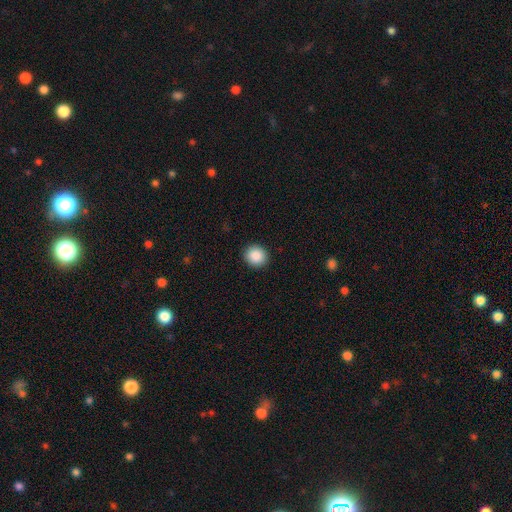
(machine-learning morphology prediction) type=smooth (89%); roundness=round (87%); merging=none (92%).